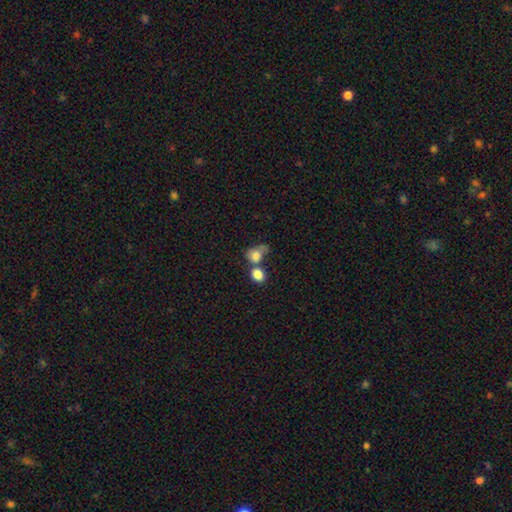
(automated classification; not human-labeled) Smooth or featured? Predicted: smooth (p=0.79). How rounded? Predicted: round (p=0.54). Merging? Predicted: merger (p=0.53).